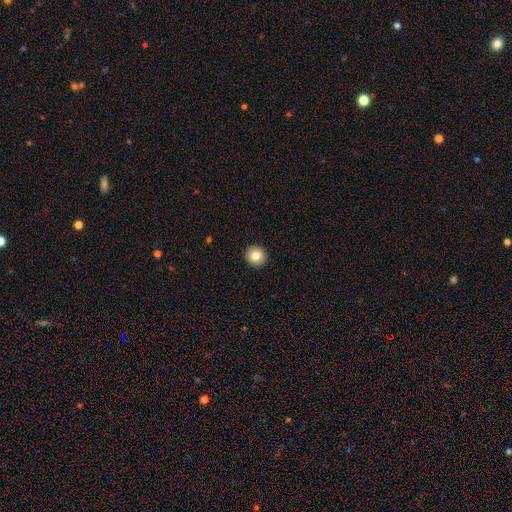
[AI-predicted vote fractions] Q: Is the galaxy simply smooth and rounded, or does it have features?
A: smooth — 83%.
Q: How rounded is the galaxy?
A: round — 92%.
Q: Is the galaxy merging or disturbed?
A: none — 93%.